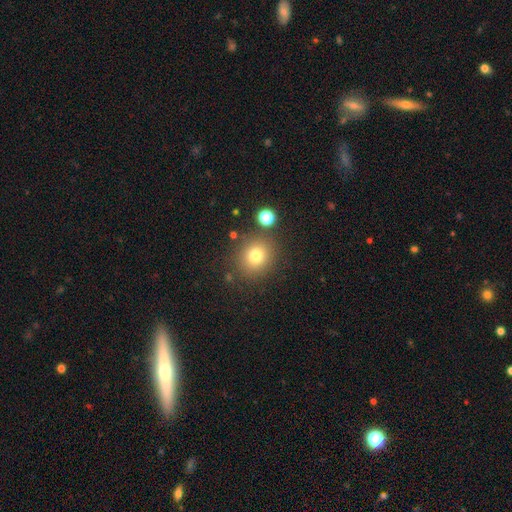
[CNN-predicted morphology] Smooth or featured? Predicted: smooth (p=0.76). How rounded? Predicted: round (p=0.84). Merging? Predicted: none (p=0.81).